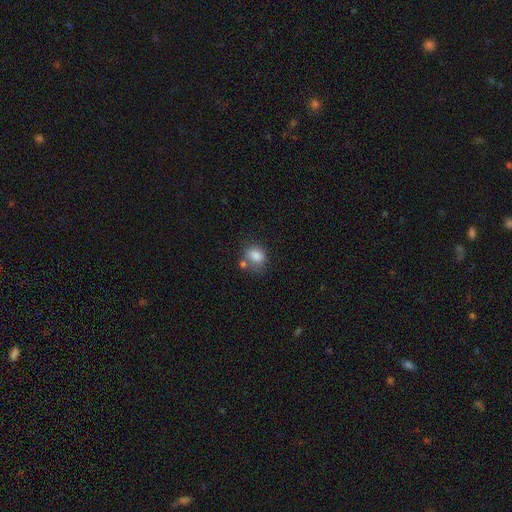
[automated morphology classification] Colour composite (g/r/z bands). It shows a smooth galaxy with no disk features (82%) that is in between round and cigar-shaped (55%). Merging: none (52%).